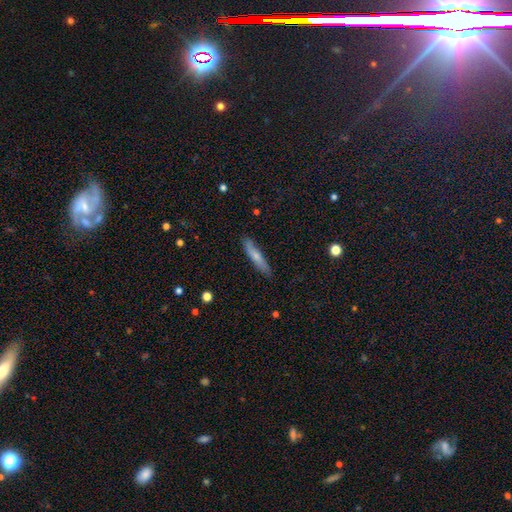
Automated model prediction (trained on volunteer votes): smooth_or_featured: smooth (p=0.67) [alt: featured or disk p=0.27]
how_rounded: cigar-shaped (p=0.89) [alt: in between p=0.10]
merging: none (p=0.83) [alt: minor disturbance p=0.13]